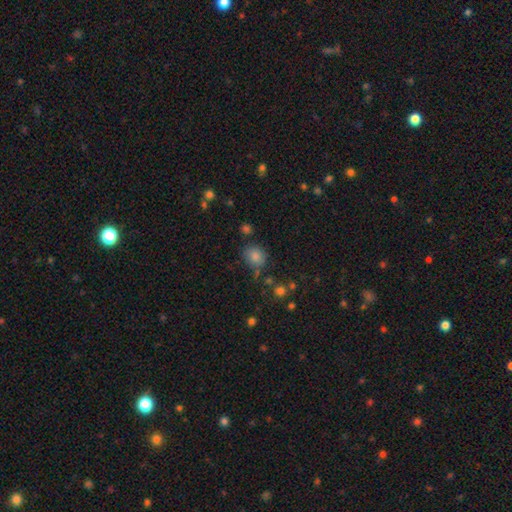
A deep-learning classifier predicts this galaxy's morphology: A smooth galaxy with no disk features (81%) that is round (70%).

Vote fractions:
- Smooth or featured? smooth: 81% / star or artifact: 13% / featured or disk: 6%
- How rounded? round: 70% / in between: 29% / cigar-shaped: 1%
- Merging? none: 72% / minor disturbance: 16% / merger: 6% / major disturbance: 5%